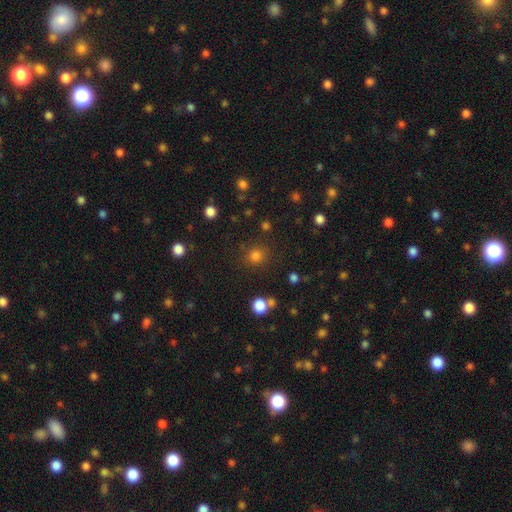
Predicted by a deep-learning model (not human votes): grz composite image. It shows a smooth galaxy with no disk features (76%) that is round (90%). Merging: none (86%).